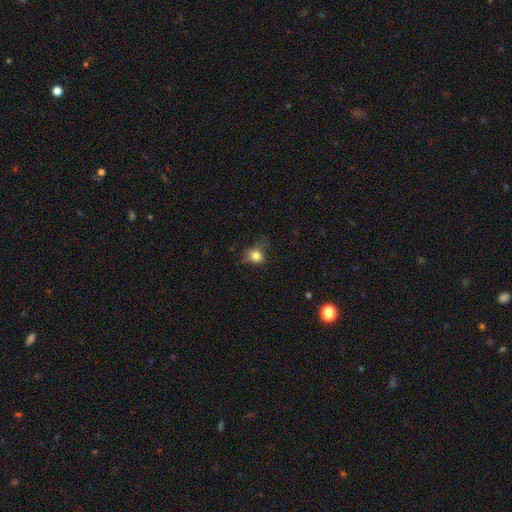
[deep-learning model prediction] A smooth galaxy with no disk features (82%) that is round (65%). Merging: none (57%).